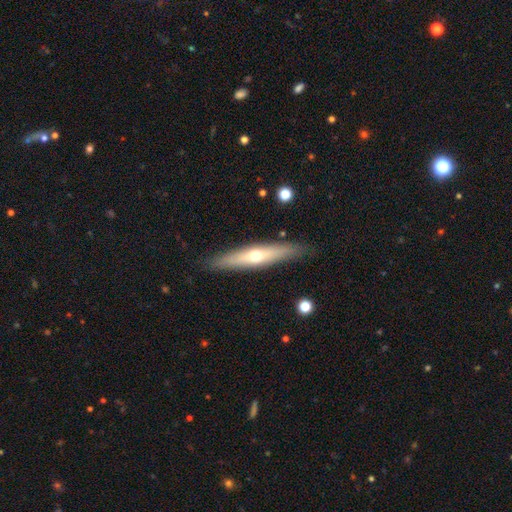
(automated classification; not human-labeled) Smooth or featured?
  - featured or disk: 51% *
  - smooth: 43%
  - star or artifact: 6%
Edge-on disk?
  - yes: 84% *
  - no: 16%
Merging?
  - none: 88% *
  - minor disturbance: 9%
  - major disturbance: 2%
  - merger: 1%